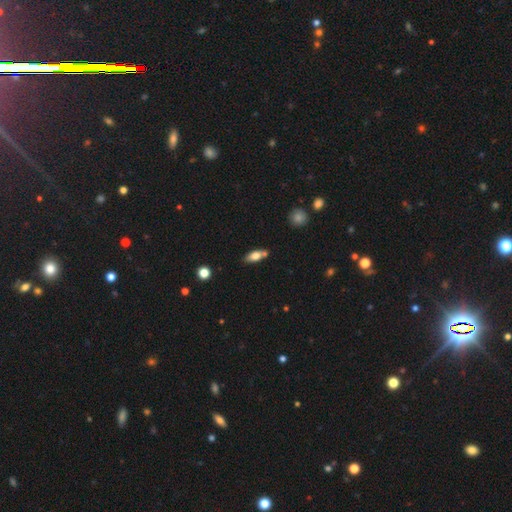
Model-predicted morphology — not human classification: smooth_or_featured: smooth (p=0.72) [alt: featured or disk p=0.21]
how_rounded: in between (p=0.78) [alt: cigar-shaped p=0.19]
merging: none (p=0.65) [alt: merger p=0.17]